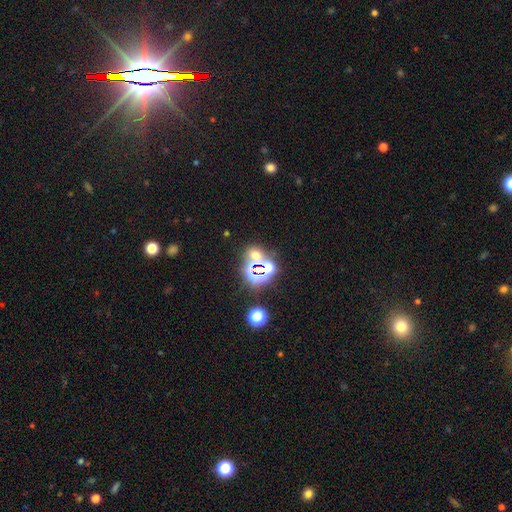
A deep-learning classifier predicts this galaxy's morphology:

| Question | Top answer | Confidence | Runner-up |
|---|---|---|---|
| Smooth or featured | star or artifact | 54% | smooth (37%) |